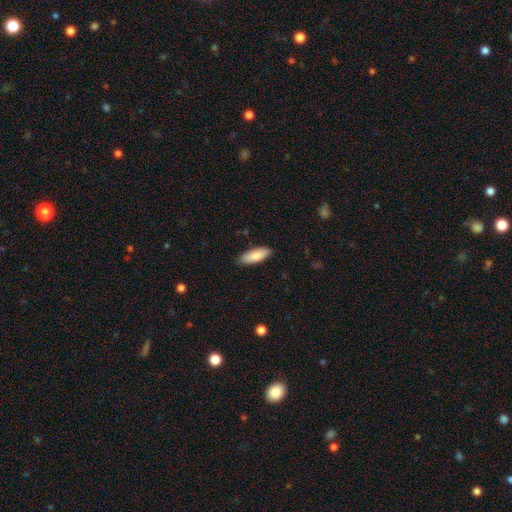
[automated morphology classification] type=smooth (87%); roundness=in between (69%); merging=none (88%).